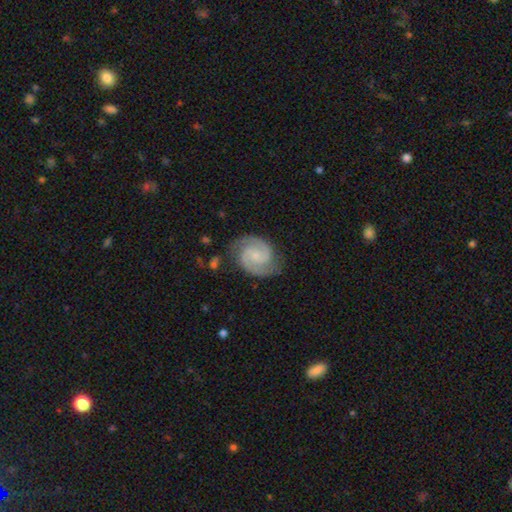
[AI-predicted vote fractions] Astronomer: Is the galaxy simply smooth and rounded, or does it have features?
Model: featured or disk — 90%.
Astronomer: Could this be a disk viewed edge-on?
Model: no — 98%.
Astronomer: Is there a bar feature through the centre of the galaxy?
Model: no — 55% (runner-up: weak, 38%).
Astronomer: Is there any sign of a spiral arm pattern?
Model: yes — 98%.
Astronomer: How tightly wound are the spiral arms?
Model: medium — 50% (runner-up: tight, 42%).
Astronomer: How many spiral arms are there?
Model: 2 — 94%.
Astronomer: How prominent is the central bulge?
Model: small — 54%.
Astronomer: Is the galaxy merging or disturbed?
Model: none — 82%.